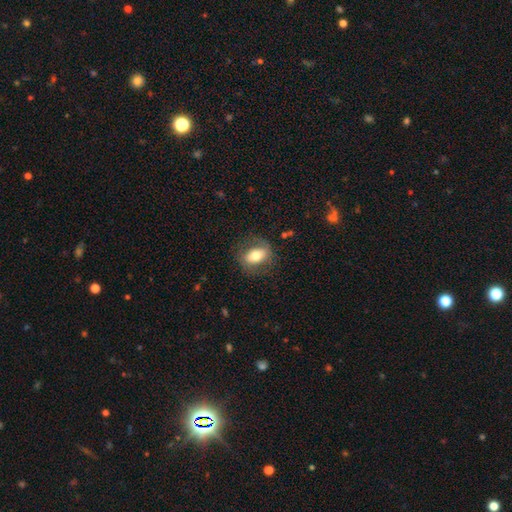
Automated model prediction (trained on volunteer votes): The model was most divided on "smooth or featured": smooth: 61%, featured or disk: 31%, star or artifact: 7%. More confident: how rounded — in between (75%); merging — none (73%).